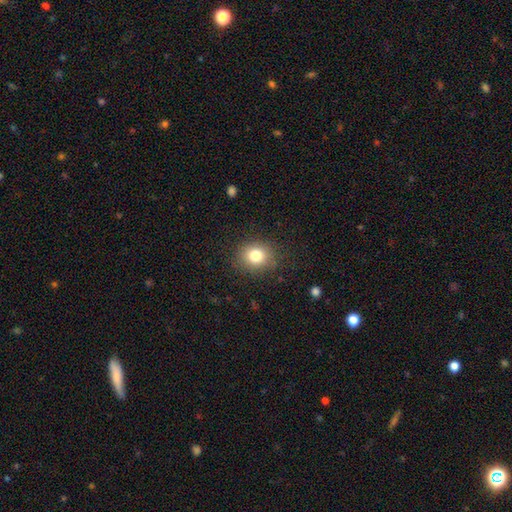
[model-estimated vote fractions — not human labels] The model was most divided on "how rounded": round: 70%, in between: 30%, cigar-shaped: 1%. More confident: merging — none (85%); smooth or featured — smooth (80%).